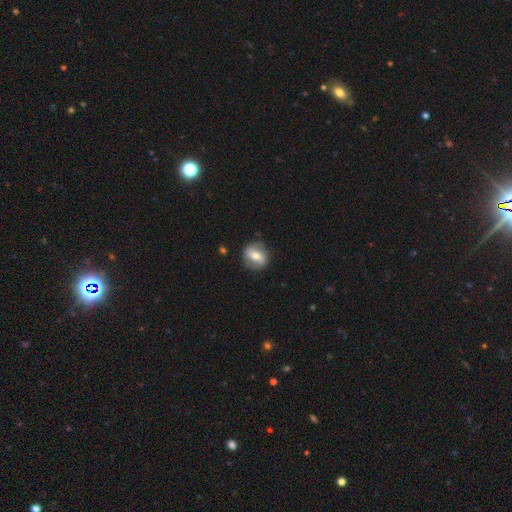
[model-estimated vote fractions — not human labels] This appears to be a featured or disk galaxy (47%). Merging: none (82%).